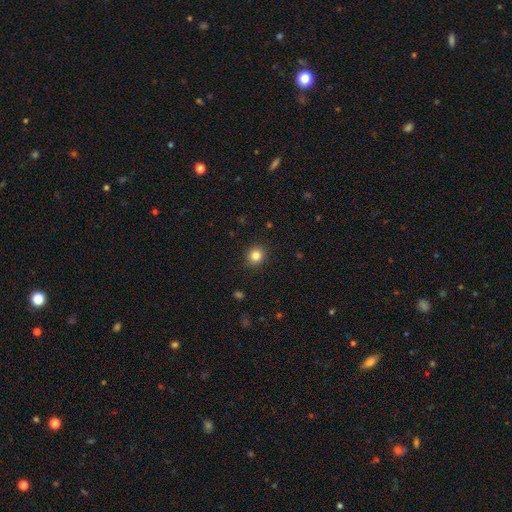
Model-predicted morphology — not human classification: Q: Smooth or featured?
A: smooth (83%); runner-up: star or artifact (12%)
Q: How rounded?
A: round (91%); runner-up: in between (8%)
Q: Merging?
A: none (92%); runner-up: minor disturbance (5%)